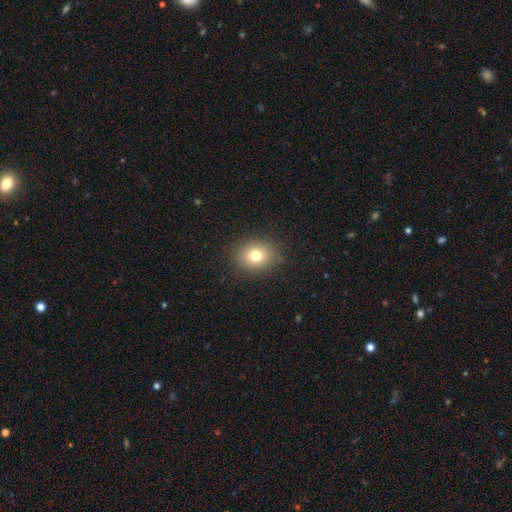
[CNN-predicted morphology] Q: Smooth or featured?
A: smooth (76%); runner-up: star or artifact (13%)
Q: How rounded?
A: round (63%); runner-up: in between (36%)
Q: Merging?
A: none (86%); runner-up: minor disturbance (9%)